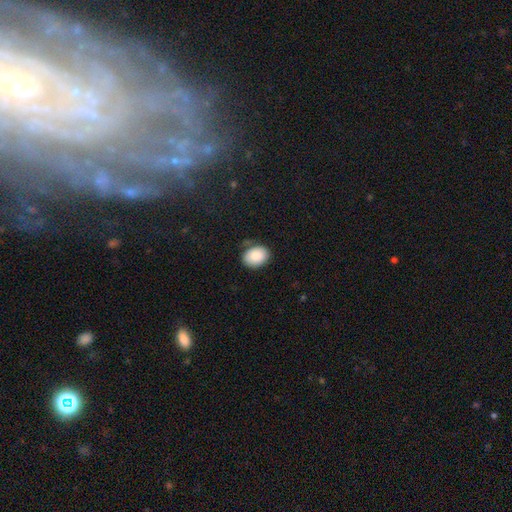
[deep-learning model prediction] smooth-or-featured: smooth: 87% | star or artifact: 7% | featured or disk: 6%
  how-rounded: in between: 67% | round: 32% | cigar-shaped: 1%
  merging: none: 75% | minor disturbance: 18% | major disturbance: 4% | merger: 3%